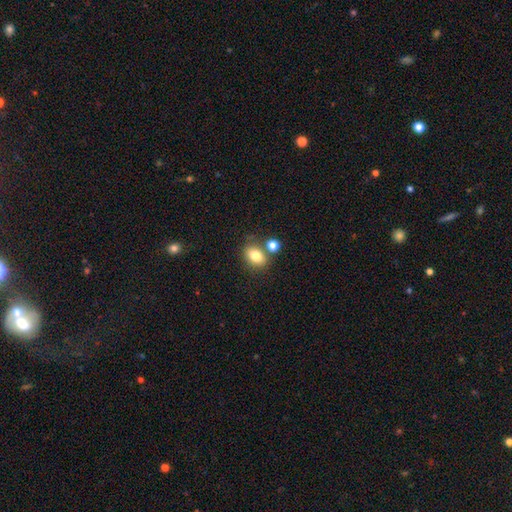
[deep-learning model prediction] Smooth or featured?
  - smooth: 80% *
  - star or artifact: 10%
  - featured or disk: 9%
How rounded?
  - in between: 67% *
  - round: 32%
  - cigar-shaped: 1%
Merging?
  - none: 65% *
  - merger: 19%
  - minor disturbance: 12%
  - major disturbance: 4%